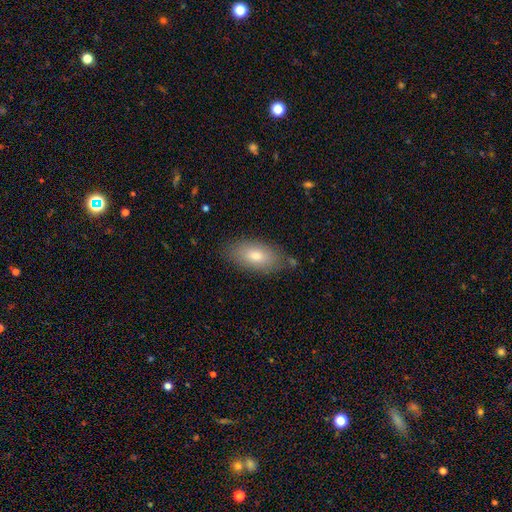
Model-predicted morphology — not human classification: This appears to be a smooth galaxy with no disk features (77%) that is in between round and cigar-shaped (91%). Merging: none (81%).